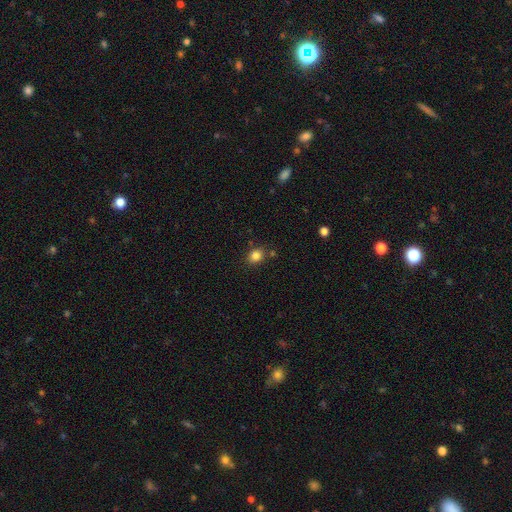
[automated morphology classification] smooth-or-featured: smooth: 83% | star or artifact: 11% | featured or disk: 5%
  how-rounded: round: 52% | in between: 47% | cigar-shaped: 1%
  merging: none: 80% | minor disturbance: 12% | merger: 5% | major disturbance: 3%